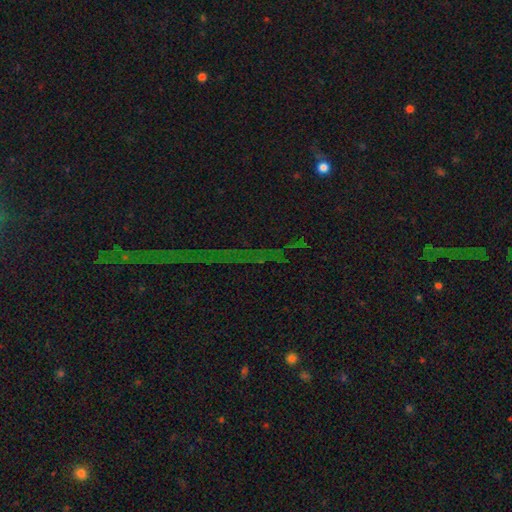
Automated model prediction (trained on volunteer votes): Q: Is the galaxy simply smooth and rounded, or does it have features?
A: star or artifact — 84%.